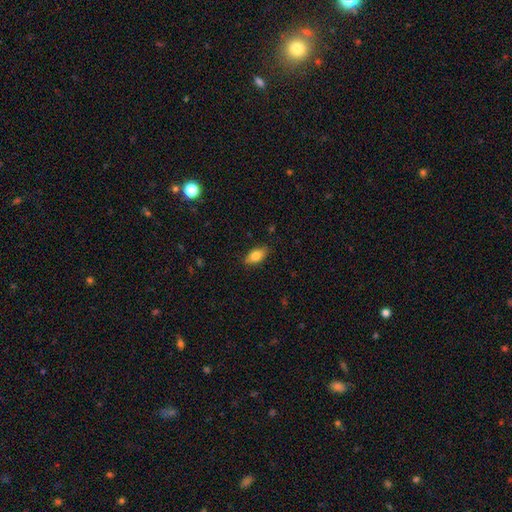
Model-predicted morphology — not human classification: A smooth galaxy with no disk features (78%) that is in between round and cigar-shaped (87%).

Vote fractions:
- Smooth or featured? smooth: 78% / featured or disk: 15% / star or artifact: 8%
- How rounded? in between: 87% / cigar-shaped: 7% / round: 5%
- Merging? none: 83% / minor disturbance: 13% / major disturbance: 3% / merger: 1%